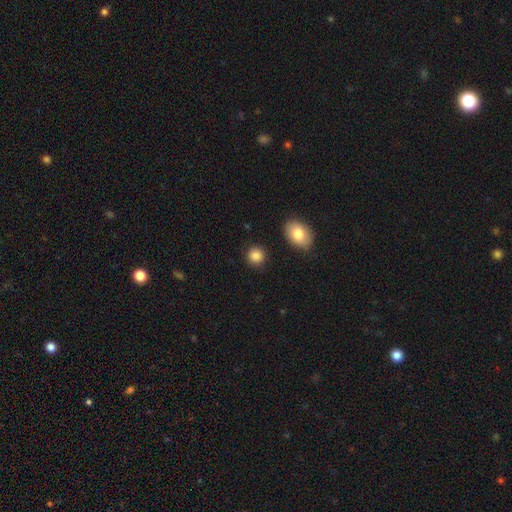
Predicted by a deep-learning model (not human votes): Smooth or featured: smooth — 87% (star or artifact — 9%)
How rounded: round — 87% (in between — 12%)
Merging: none — 88% (minor disturbance — 7%)